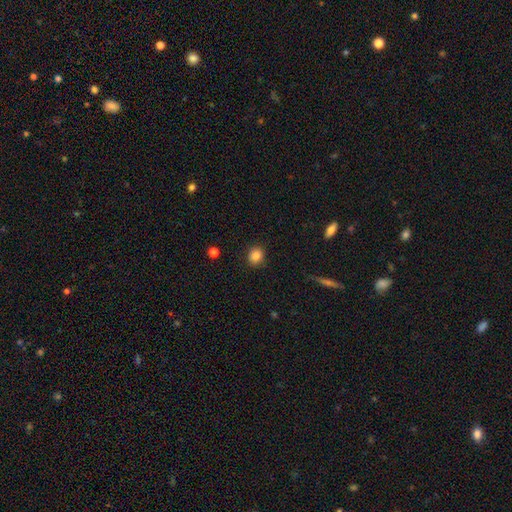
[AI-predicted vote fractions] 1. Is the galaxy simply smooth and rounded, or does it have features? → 85% smooth, 10% star or artifact, 5% featured or disk.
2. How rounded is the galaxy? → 76% round, 23% in between, 1% cigar-shaped.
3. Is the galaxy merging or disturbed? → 88% none, 8% minor disturbance, 3% major disturbance, 1% merger.